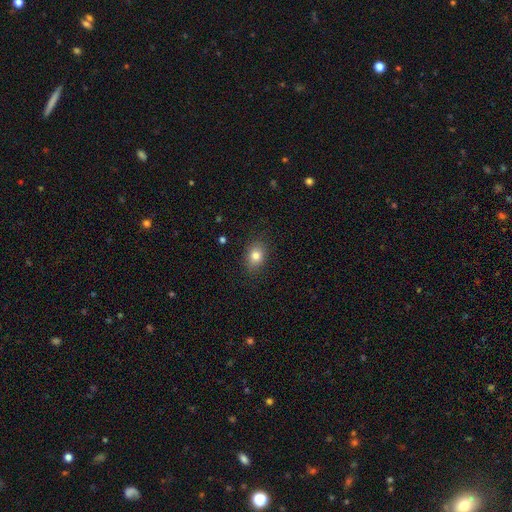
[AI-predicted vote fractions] Smooth or featured? Predicted: smooth (p=0.81). How rounded? Predicted: in between (p=0.61). Merging? Predicted: none (p=0.87).